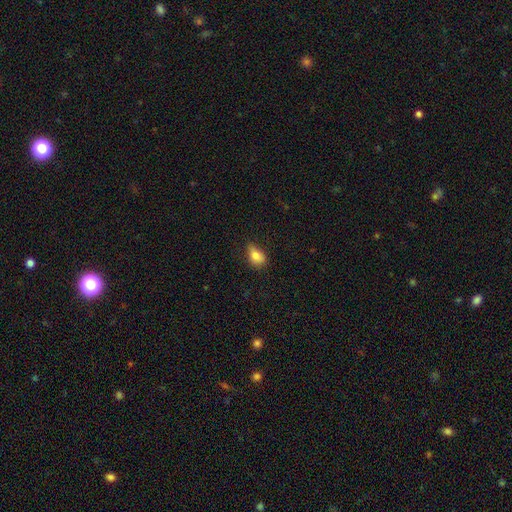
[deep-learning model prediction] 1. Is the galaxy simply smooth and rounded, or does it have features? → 82% smooth, 9% star or artifact, 8% featured or disk.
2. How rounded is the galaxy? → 82% in between, 16% round, 2% cigar-shaped.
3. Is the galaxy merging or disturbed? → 59% none, 32% minor disturbance, 8% major disturbance, 2% merger.